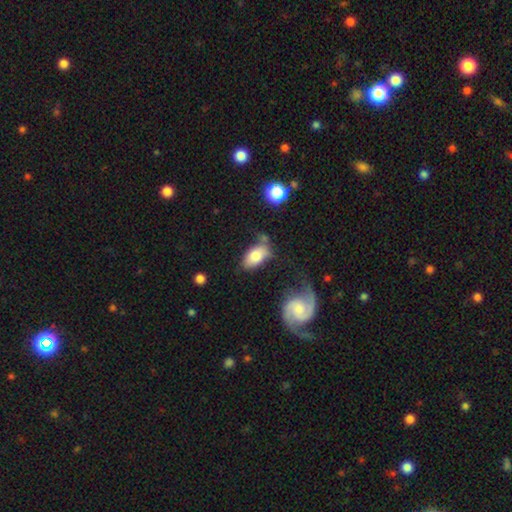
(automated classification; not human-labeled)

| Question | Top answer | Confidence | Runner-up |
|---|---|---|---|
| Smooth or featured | smooth | 76% | featured or disk (17%) |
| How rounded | in between | 92% | round (5%) |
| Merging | none | 51% | minor disturbance (26%) |